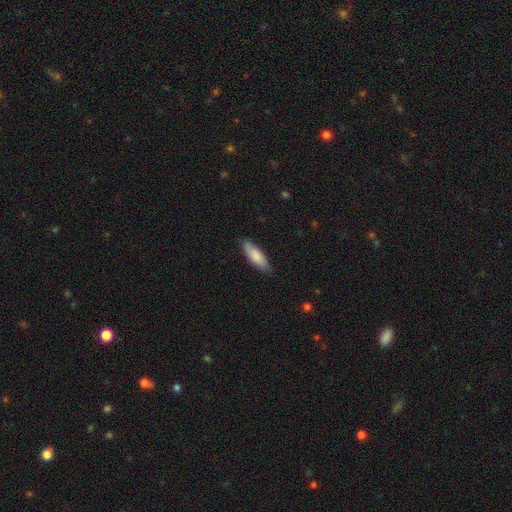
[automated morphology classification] type=smooth (79%); roundness=in between (60%); merging=none (81%).